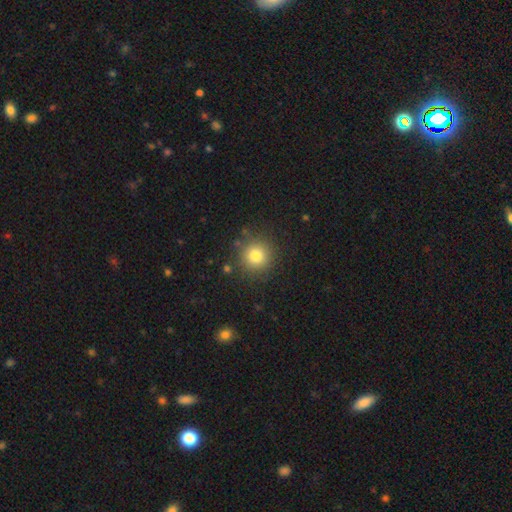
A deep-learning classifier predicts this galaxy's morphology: This is clearly a smooth galaxy (80%). How rounded: clearly round (93%). Merging: clearly none (86%).